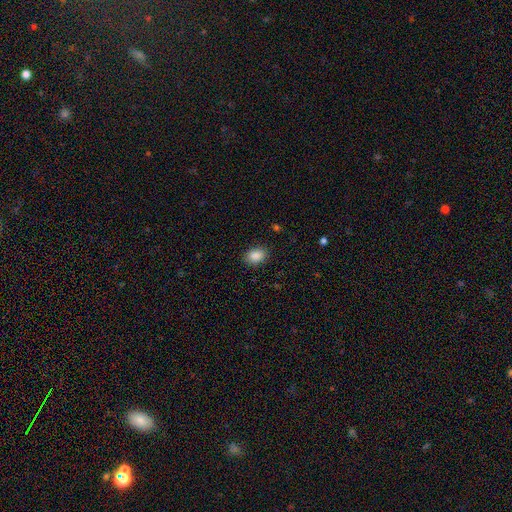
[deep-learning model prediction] Morphology: type=smooth (89%); roundness=in between (75%); merging=none (88%).